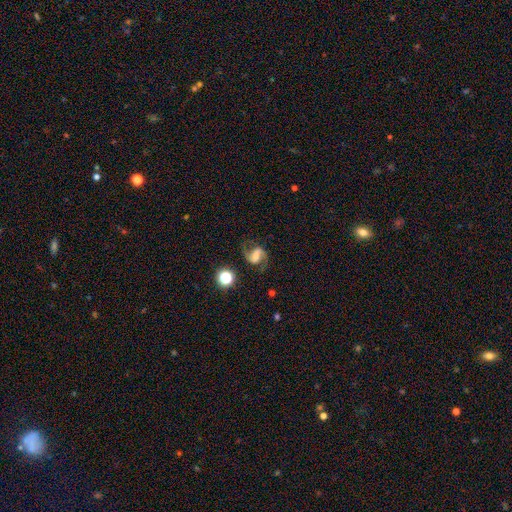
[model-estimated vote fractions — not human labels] Morphology: type=featured or disk (83%); edge-on=no (98%); bar=weak (45%); spiral arms=yes (97%); winding=medium (52%); arm count=2 (93%); bulge=none (32%); merging=none (75%).